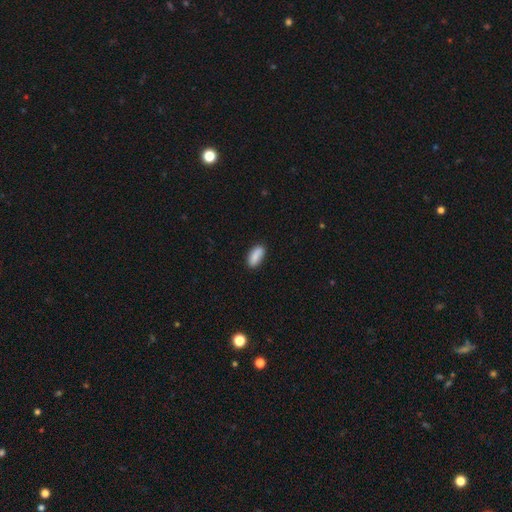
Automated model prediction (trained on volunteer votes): Smooth or featured?
  - smooth: 86% *
  - star or artifact: 7%
  - featured or disk: 7%
How rounded?
  - in between: 85% *
  - cigar-shaped: 12%
  - round: 3%
Merging?
  - none: 81% *
  - minor disturbance: 14%
  - major disturbance: 3%
  - merger: 2%